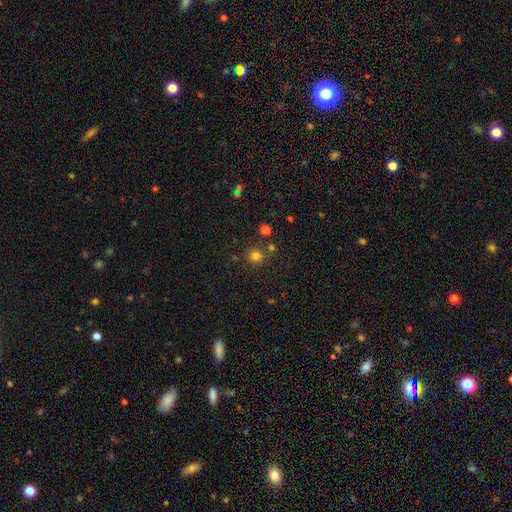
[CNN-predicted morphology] Smooth or featured? Predicted: smooth (p=0.78). How rounded? Predicted: round (p=0.91). Merging? Predicted: none (p=0.78).